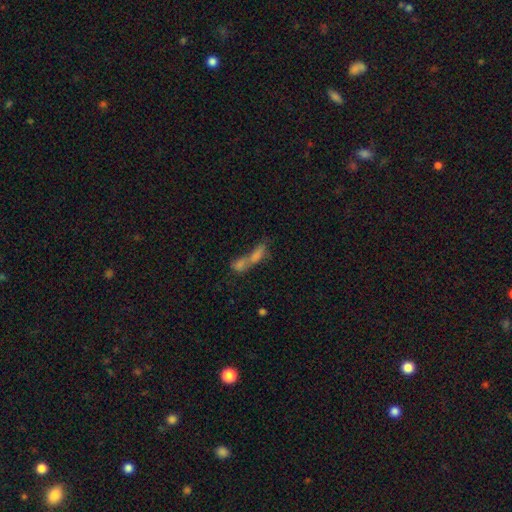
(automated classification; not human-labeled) Morphology: type=smooth (59%); roundness=in between (51%); merging=merger (69%).